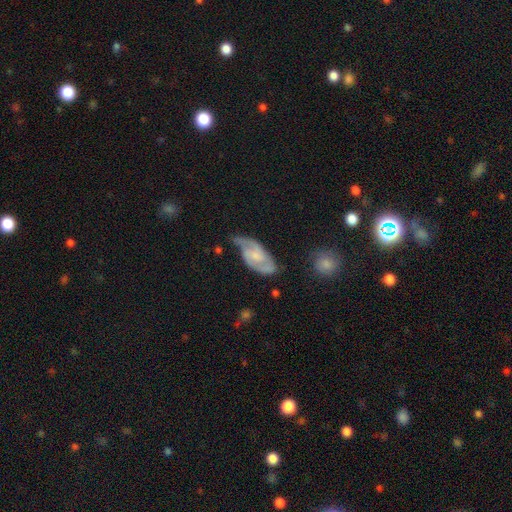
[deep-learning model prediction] The model was most divided on "bar": no: 46%, weak: 43%, strong: 10%. Remaining: edge-on disk — no (96%); spiral arms — yes (95%); spiral arm count — 2 (86%); smooth or featured — featured or disk (81%); merging — none (58%); bulge size — small (50%); spiral winding — medium (49%).